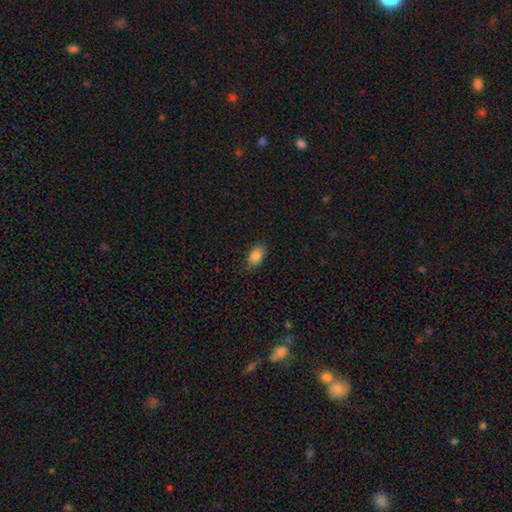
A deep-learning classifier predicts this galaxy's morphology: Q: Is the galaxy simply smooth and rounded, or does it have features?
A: smooth — 85%.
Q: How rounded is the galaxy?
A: in between — 90%.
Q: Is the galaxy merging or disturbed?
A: none — 81%.